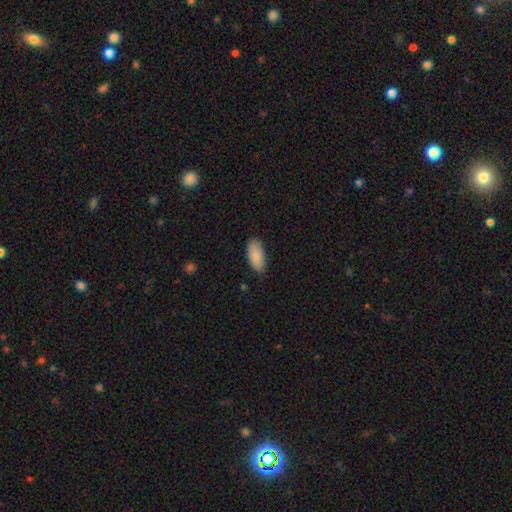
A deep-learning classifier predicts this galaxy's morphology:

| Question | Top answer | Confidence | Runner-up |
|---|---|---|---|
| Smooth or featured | smooth | 90% | star or artifact (6%) |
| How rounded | in between | 92% | cigar-shaped (6%) |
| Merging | none | 85% | minor disturbance (12%) |